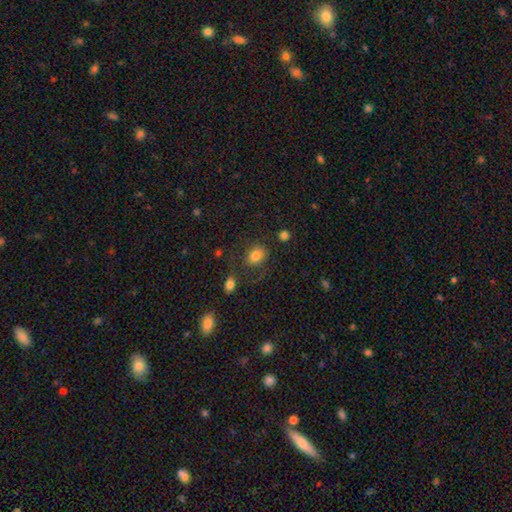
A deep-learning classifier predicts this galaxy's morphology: type=smooth (81%); roundness=in between (57%); merging=none (61%).